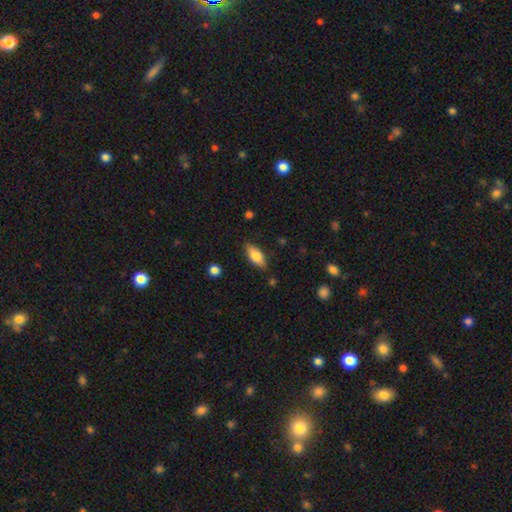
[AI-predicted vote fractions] Smooth or featured?
  - smooth: 77% *
  - featured or disk: 16%
  - star or artifact: 7%
How rounded?
  - in between: 80% *
  - cigar-shaped: 18%
  - round: 3%
Merging?
  - none: 83% *
  - minor disturbance: 13%
  - major disturbance: 3%
  - merger: 2%